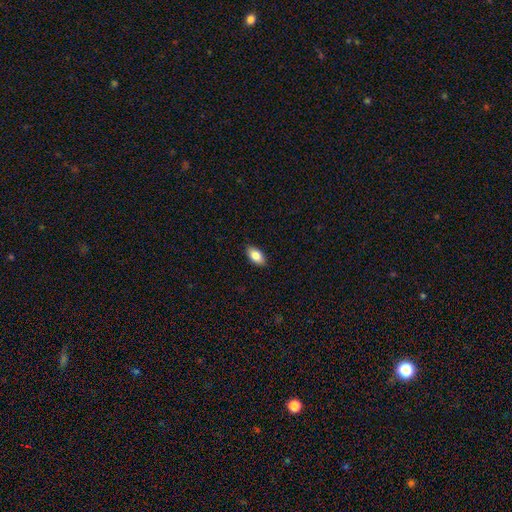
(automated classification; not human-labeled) A smooth galaxy with no disk features (83%) that is in between round and cigar-shaped (93%). Merging: none (89%).